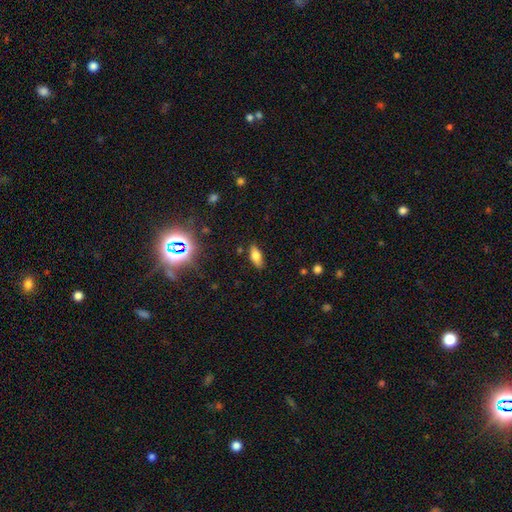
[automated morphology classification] Smooth or featured?
  - smooth: 75% *
  - featured or disk: 14%
  - star or artifact: 11%
How rounded?
  - in between: 83% *
  - cigar-shaped: 14%
  - round: 3%
Merging?
  - none: 85% *
  - minor disturbance: 11%
  - major disturbance: 3%
  - merger: 2%